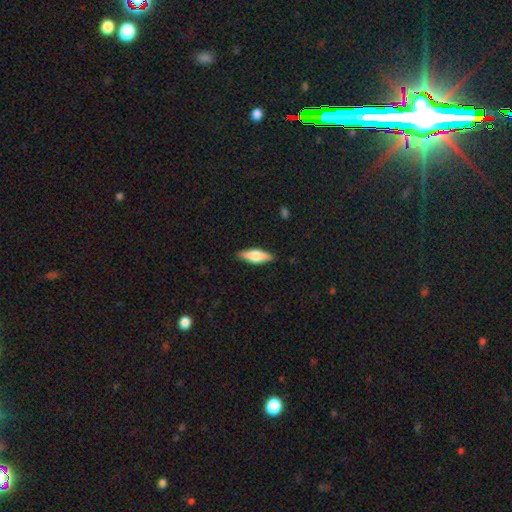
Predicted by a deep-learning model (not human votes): This appears to be a smooth galaxy with no disk features (65%) that is in between round and cigar-shaped (58%). Merging: none (88%).